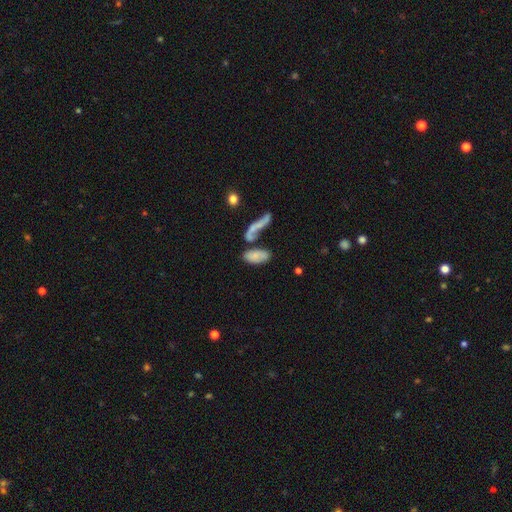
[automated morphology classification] Smooth or featured: smooth — 71% (featured or disk — 21%)
How rounded: in between — 85% (cigar-shaped — 12%)
Merging: merger — 40% (none — 35%)